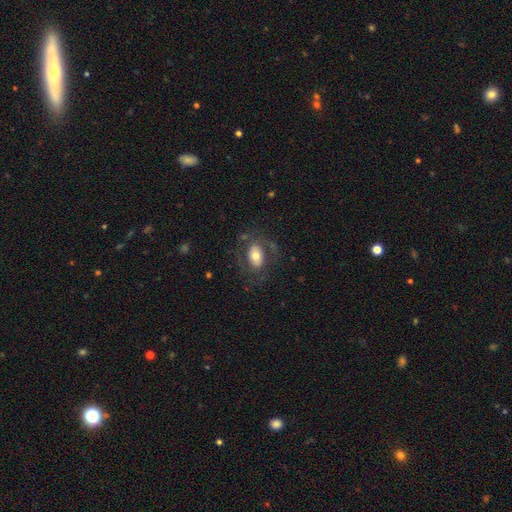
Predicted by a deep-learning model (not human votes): Morphology: type=smooth (57%); roundness=in between (83%); merging=none (64%).